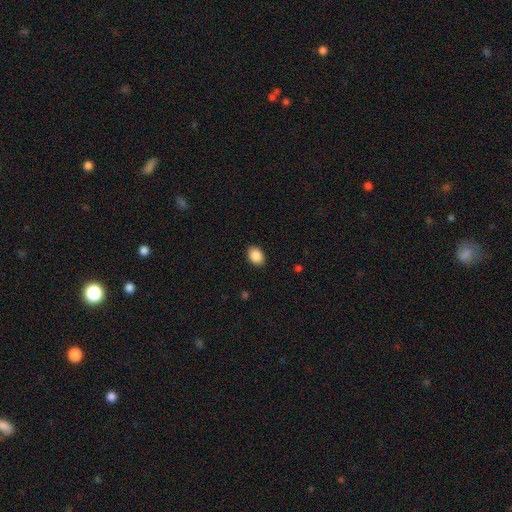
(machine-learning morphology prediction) Smooth or featured?
  - smooth: 88% *
  - star or artifact: 8%
  - featured or disk: 4%
How rounded?
  - in between: 77% *
  - round: 22%
  - cigar-shaped: 1%
Merging?
  - none: 89% *
  - minor disturbance: 8%
  - major disturbance: 2%
  - merger: 1%